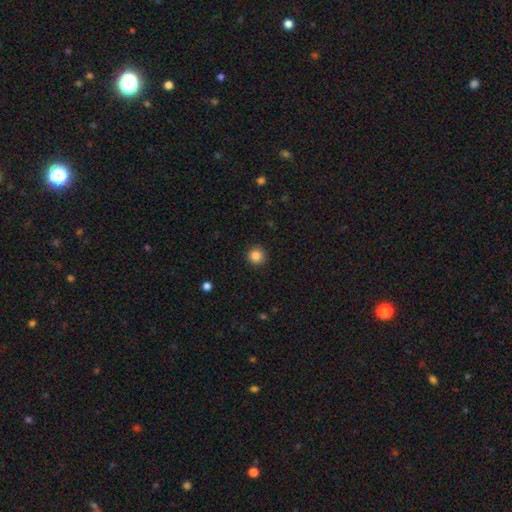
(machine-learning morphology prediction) Smooth or featured? Predicted: smooth (p=0.86). How rounded? Predicted: round (p=0.94). Merging? Predicted: none (p=0.91).